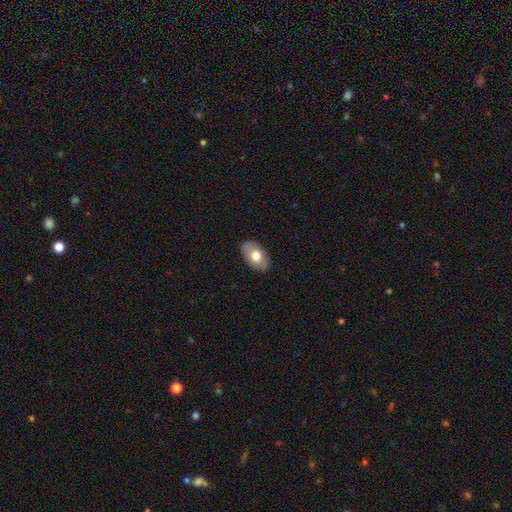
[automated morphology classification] smooth-or-featured: smooth: 71% | featured or disk: 23% | star or artifact: 6%
  how-rounded: in between: 92% | round: 7% | cigar-shaped: 1%
  merging: none: 86% | minor disturbance: 11% | major disturbance: 2% | merger: 1%